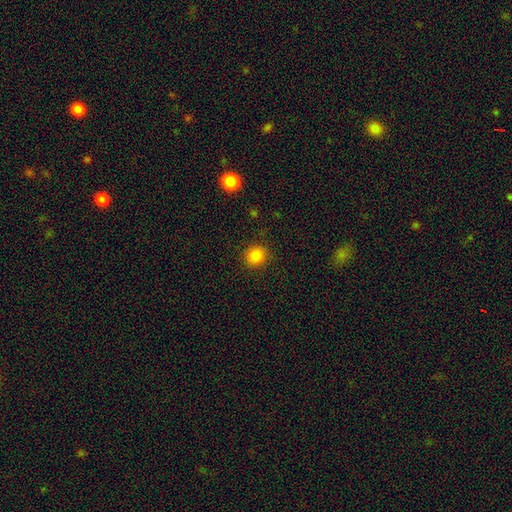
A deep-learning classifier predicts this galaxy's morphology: smooth-or-featured: smooth: 85% | star or artifact: 11% | featured or disk: 4%
  how-rounded: round: 87% | in between: 12% | cigar-shaped: 1%
  merging: none: 89% | minor disturbance: 7% | major disturbance: 3% | merger: 1%